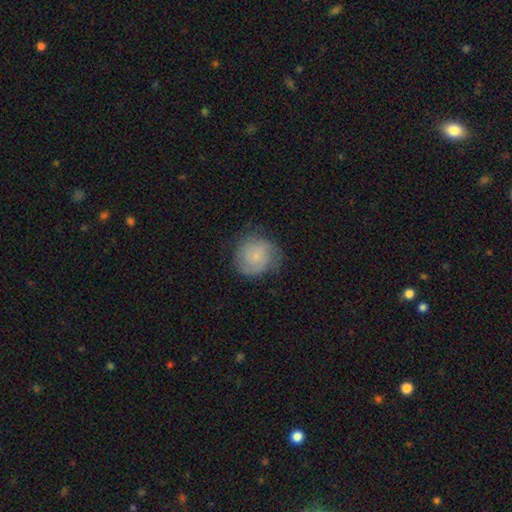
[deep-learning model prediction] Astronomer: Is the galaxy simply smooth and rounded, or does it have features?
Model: smooth — 58% (runner-up: featured or disk, 34%).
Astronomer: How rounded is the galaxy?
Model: round — 87%.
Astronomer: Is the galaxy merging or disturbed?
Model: none — 68%.